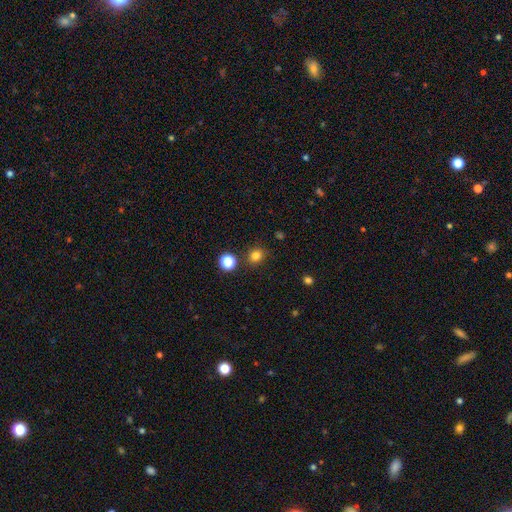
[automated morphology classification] type=smooth (80%); roundness=round (85%); merging=none (86%).